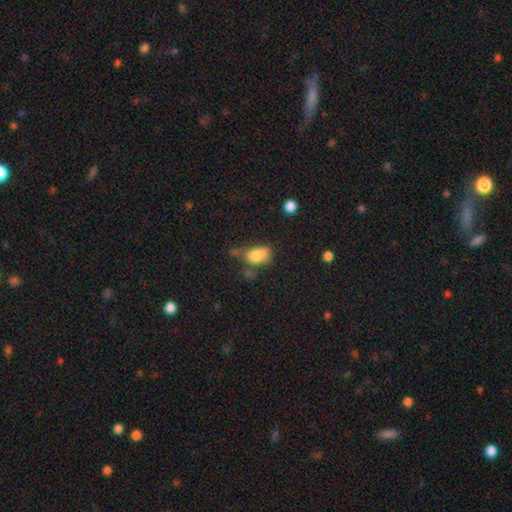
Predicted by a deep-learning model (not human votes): A smooth galaxy with no disk features (75%) that is in between round and cigar-shaped (84%).

Vote fractions:
- Smooth or featured? smooth: 75% / featured or disk: 14% / star or artifact: 11%
- How rounded? in between: 84% / round: 10% / cigar-shaped: 5%
- Merging? none: 31% / minor disturbance: 30% / major disturbance: 24% / merger: 15%